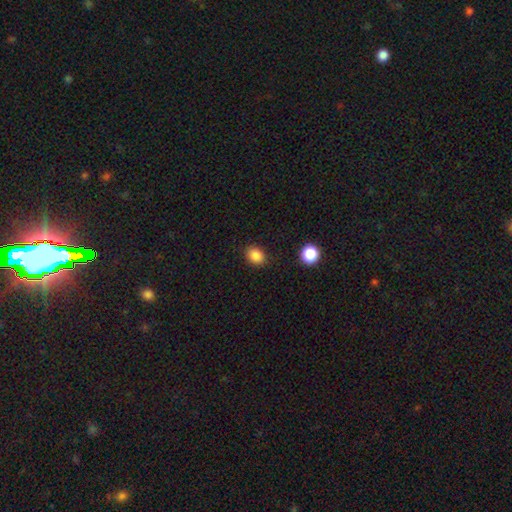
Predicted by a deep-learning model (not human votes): smooth-or-featured: smooth: 86% | star or artifact: 10% | featured or disk: 4%
  how-rounded: round: 52% | in between: 47% | cigar-shaped: 1%
  merging: none: 87% | minor disturbance: 9% | major disturbance: 3% | merger: 2%